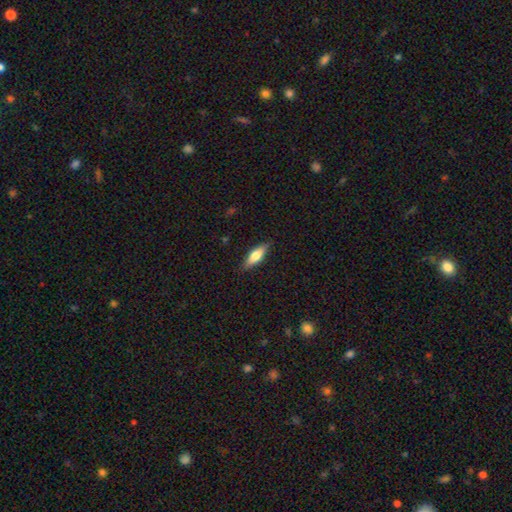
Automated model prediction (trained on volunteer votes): Morphology: type=smooth (55%); roundness=cigar-shaped (51%); merging=none (86%).